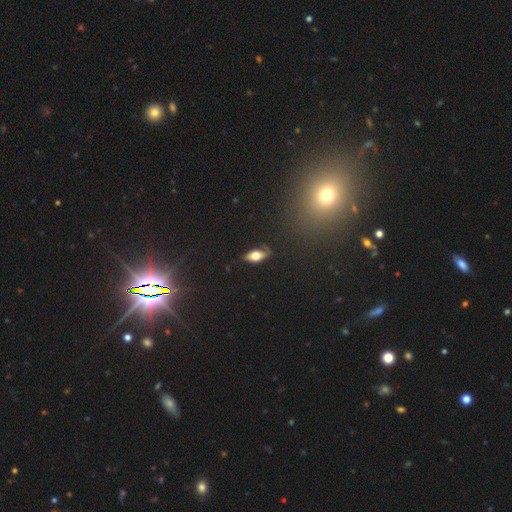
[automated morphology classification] A smooth galaxy with no disk features (64%) that is in between round and cigar-shaped (85%).

Vote fractions:
- Smooth or featured? smooth: 64% / featured or disk: 28% / star or artifact: 8%
- How rounded? in between: 85% / cigar-shaped: 10% / round: 5%
- Merging? none: 76% / minor disturbance: 17% / major disturbance: 4% / merger: 2%